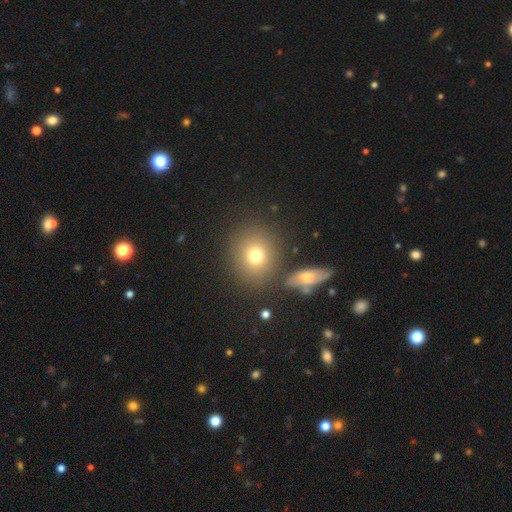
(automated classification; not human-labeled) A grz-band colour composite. It shows a smooth galaxy with no disk features (75%) that is round (79%). Merging: none (77%).